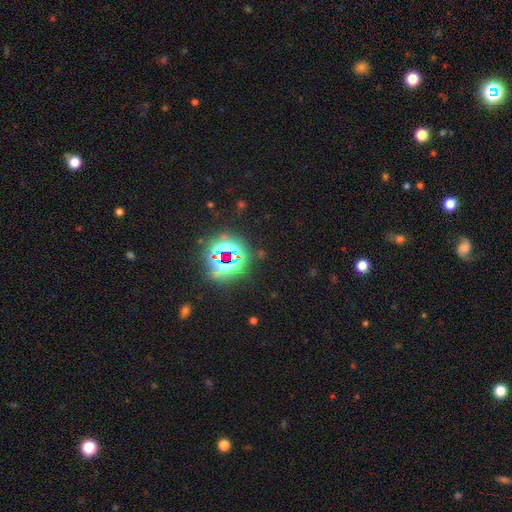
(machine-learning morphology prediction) type=star or artifact (78%).